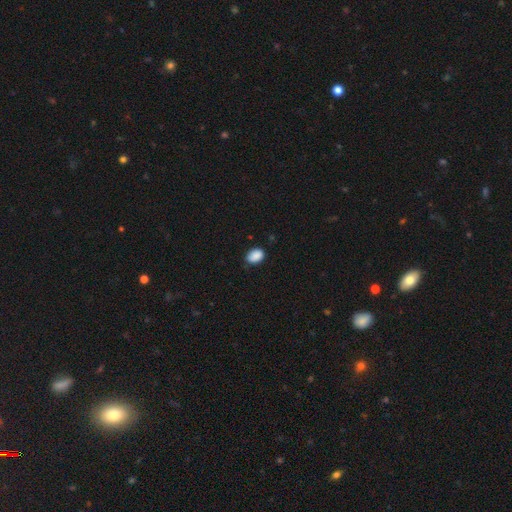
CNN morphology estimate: Smooth or featured? smooth (89%)
How rounded? in between (80%)
Merging? none (78%)